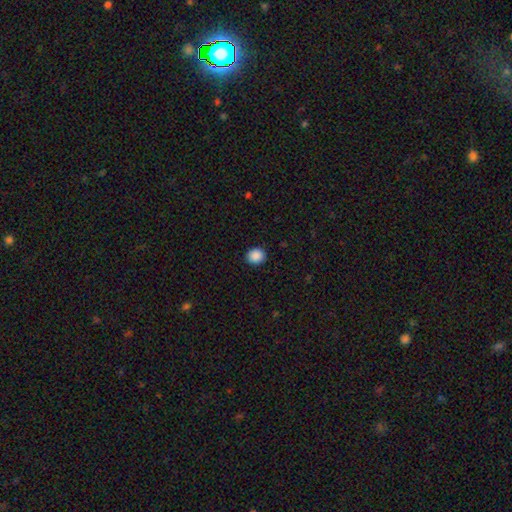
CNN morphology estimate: Smooth or featured: smooth — 89% (star or artifact — 9%)
How rounded: round — 78% (in between — 21%)
Merging: none — 91% (minor disturbance — 6%)